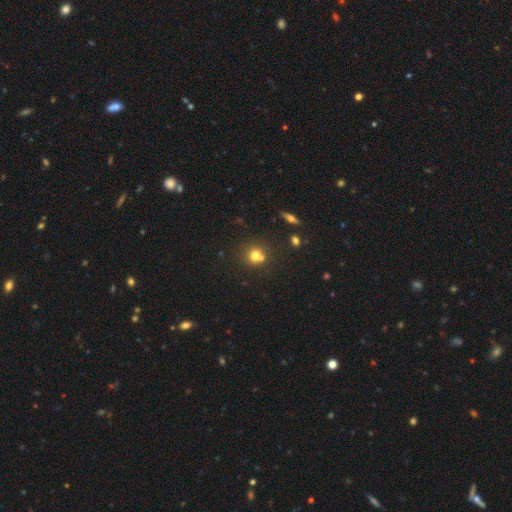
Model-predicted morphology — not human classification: Overall: smooth (70%). How rounded: round (85%). Merging: none (53%; merger 35%).